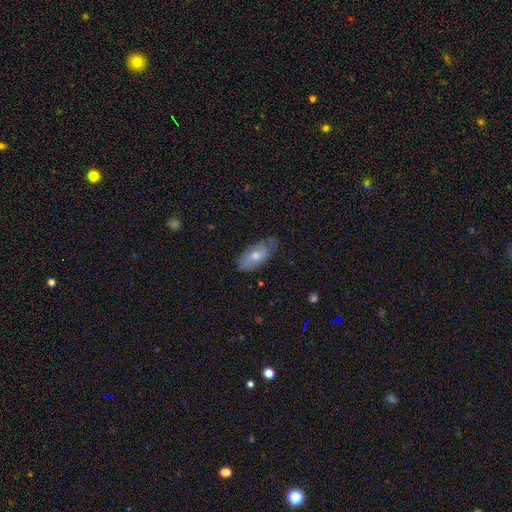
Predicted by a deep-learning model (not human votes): Smooth or featured?
  - smooth: 49% *
  - featured or disk: 42%
  - star or artifact: 9%
Merging?
  - none: 74% *
  - minor disturbance: 21%
  - major disturbance: 4%
  - merger: 1%